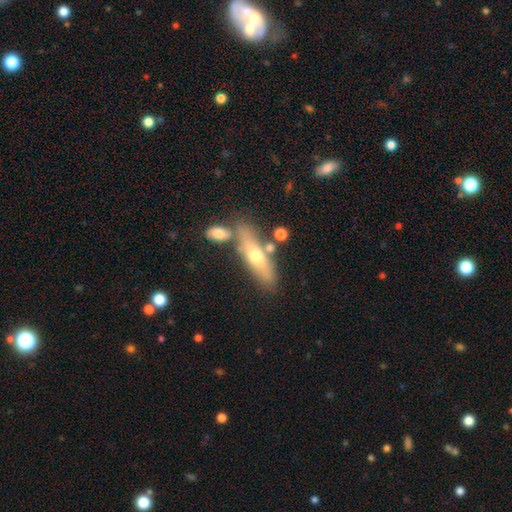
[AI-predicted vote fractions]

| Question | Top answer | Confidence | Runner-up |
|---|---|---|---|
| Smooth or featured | smooth | 49% | featured or disk (44%) |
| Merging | none | 62% | merger (18%) |